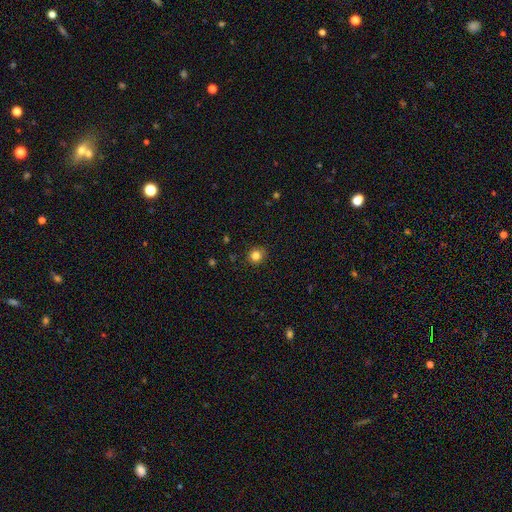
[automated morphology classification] smooth 84%, star or artifact 12%, featured or disk 5%. Down the decision tree: how rounded — round (87%); merging — none (89%).